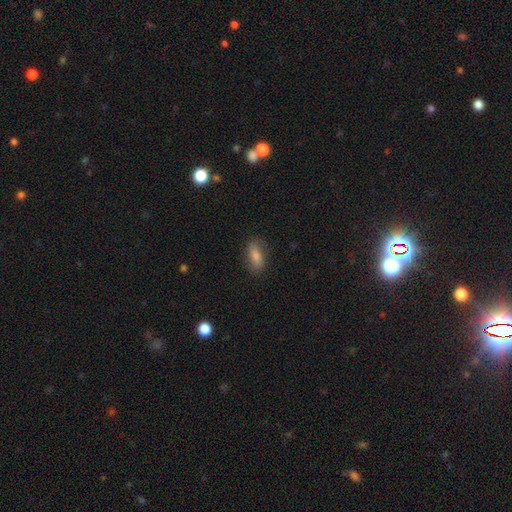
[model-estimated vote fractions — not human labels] This appears to be a smooth galaxy with no disk features (71%) that is in between round and cigar-shaped (81%). Merging: none (83%).